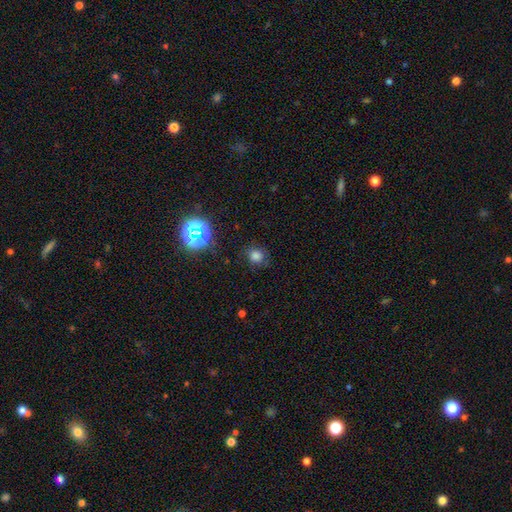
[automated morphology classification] Smooth or featured? smooth (73%)
How rounded? round (82%)
Merging? none (78%)